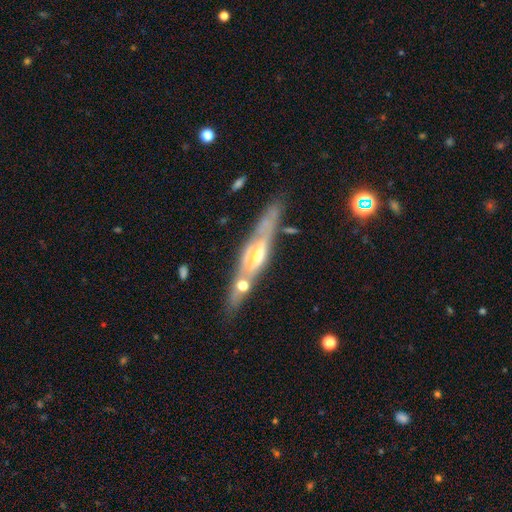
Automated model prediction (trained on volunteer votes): This is likely a featured or disk galaxy (74%). It is likely viewed edge-on (75%). Edge-on bulge: clearly rounded (81%). Merging: likely none (73%).